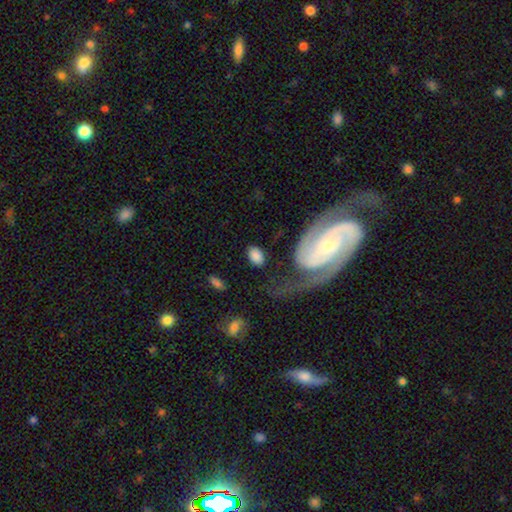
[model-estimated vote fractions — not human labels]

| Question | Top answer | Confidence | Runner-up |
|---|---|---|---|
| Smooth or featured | smooth | 80% | featured or disk (13%) |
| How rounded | in between | 89% | round (9%) |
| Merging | none | 69% | minor disturbance (15%) |